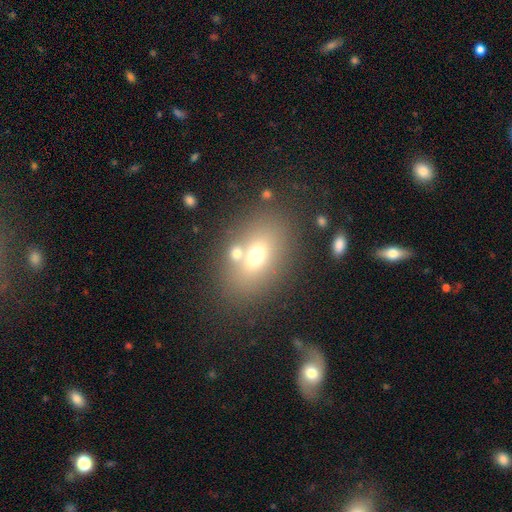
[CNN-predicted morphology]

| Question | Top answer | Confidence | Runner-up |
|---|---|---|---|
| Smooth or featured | smooth | 65% | featured or disk (21%) |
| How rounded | in between | 77% | round (21%) |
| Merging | none | 66% | merger (17%) |